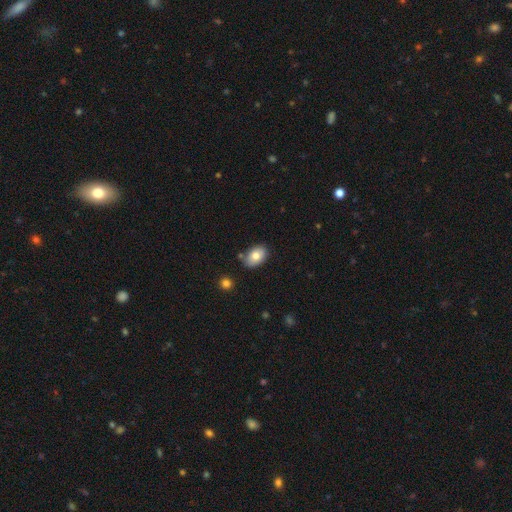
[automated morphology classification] Q: Smooth or featured?
A: smooth (80%); runner-up: featured or disk (13%)
Q: How rounded?
A: in between (87%); runner-up: round (12%)
Q: Merging?
A: none (78%); runner-up: minor disturbance (14%)